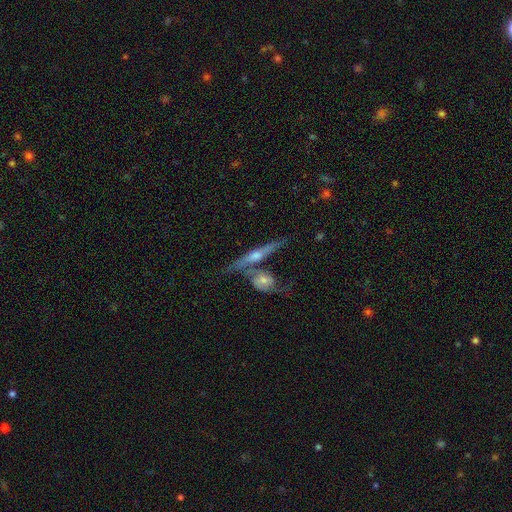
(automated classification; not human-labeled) Overall: featured or disk (77%). Edge-on disk: yes (86%). Edge-on bulge: rounded (83%). Merging: none (52%; merger 31%).